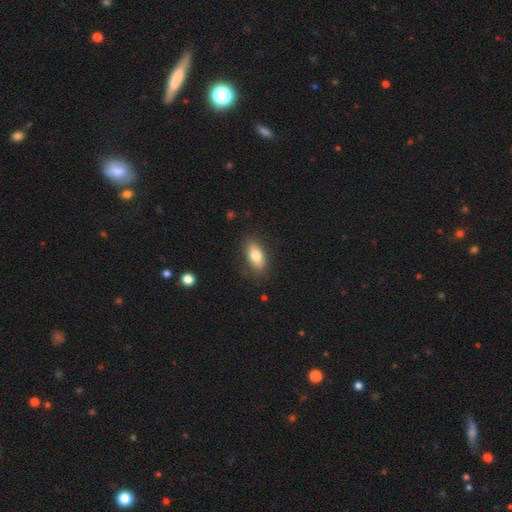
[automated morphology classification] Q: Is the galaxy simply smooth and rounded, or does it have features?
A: smooth — 77%.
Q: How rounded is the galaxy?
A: in between — 85%.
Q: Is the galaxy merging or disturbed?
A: none — 83%.